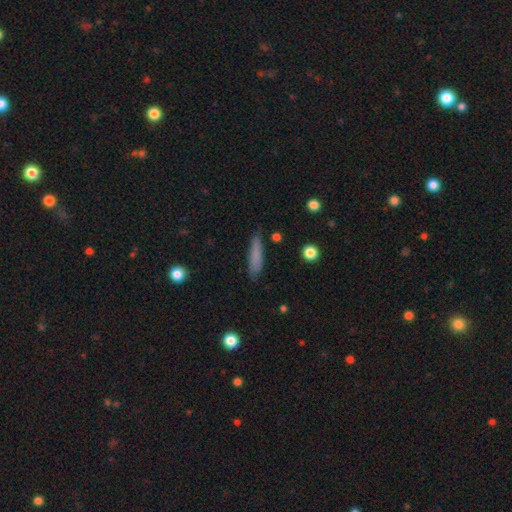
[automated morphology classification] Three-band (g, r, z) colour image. It shows a smooth galaxy with no disk features (80%) that is cigar-shaped (84%). Merging: none (84%).